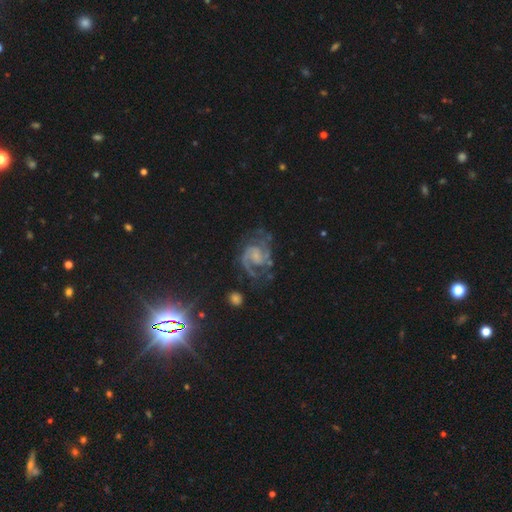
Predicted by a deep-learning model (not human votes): The model was most divided on "bar": no: 48%, weak: 41%, strong: 10%. Remaining: edge-on disk — no (98%); spiral arms — yes (97%); smooth or featured — featured or disk (88%); spiral arm count — 2 (80%); merging — none (64%); spiral winding — medium (55%); bulge size — small (43%).